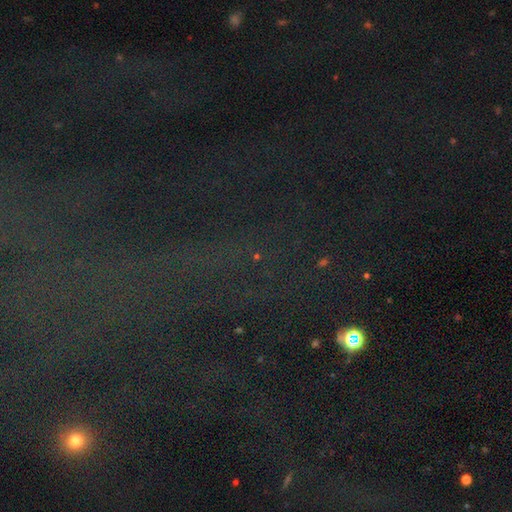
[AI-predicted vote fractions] A star or artifact, not a galaxy (83%).